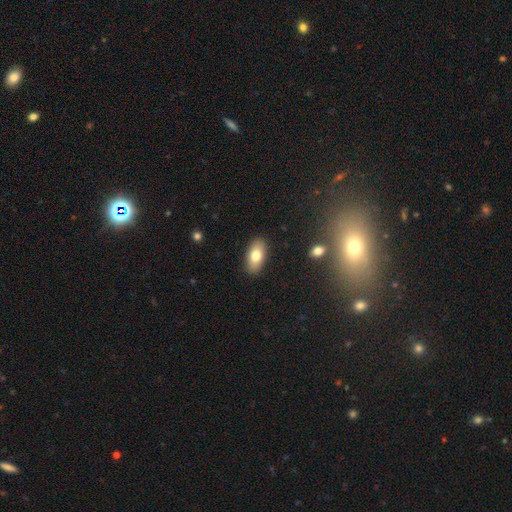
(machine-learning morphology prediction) A smooth galaxy with no disk features (76%) that is in between round and cigar-shaped (92%). Merging: none (88%).